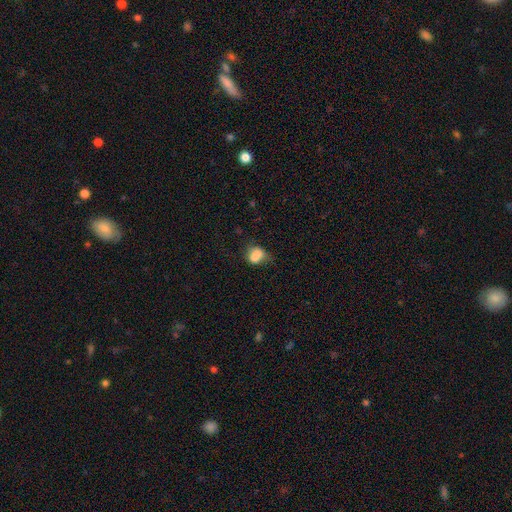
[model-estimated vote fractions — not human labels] A smooth galaxy with no disk features (79%) that is in between round and cigar-shaped (53%). Merging: none (39%).